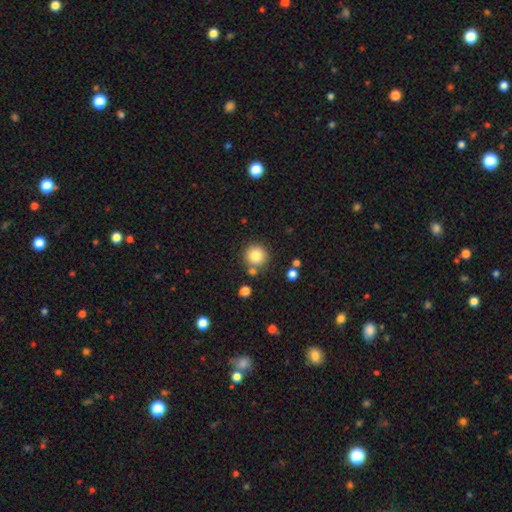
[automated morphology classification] Smooth or featured?
  - smooth: 82% *
  - star or artifact: 11%
  - featured or disk: 7%
How rounded?
  - round: 94% *
  - in between: 5%
  - cigar-shaped: 1%
Merging?
  - none: 80% *
  - merger: 9%
  - minor disturbance: 8%
  - major disturbance: 3%